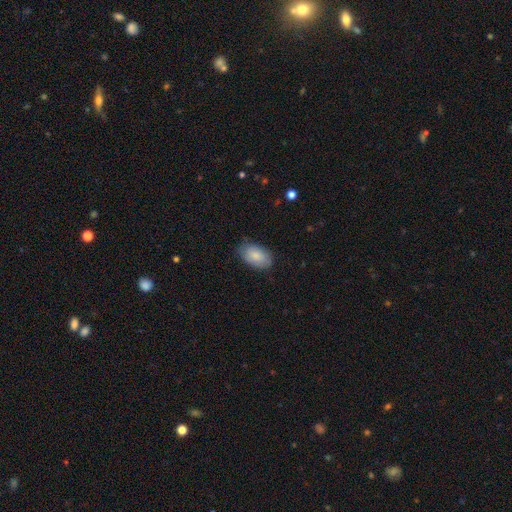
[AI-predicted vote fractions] A smooth galaxy with no disk features (85%) that is in between round and cigar-shaped (93%). Merging: none (77%).